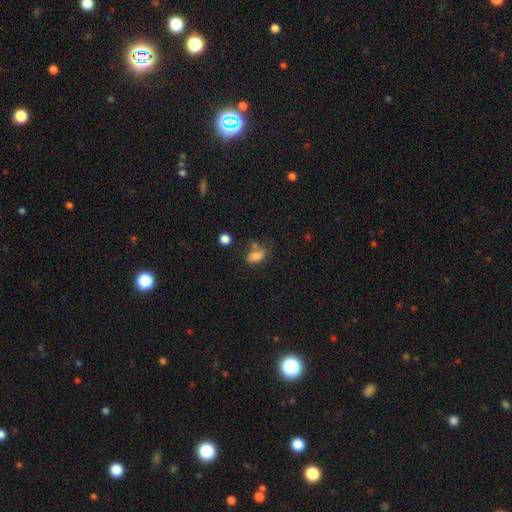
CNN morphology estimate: Smooth or featured? Predicted: smooth (p=0.75). How rounded? Predicted: in between (p=0.85). Merging? Predicted: none (p=0.46).